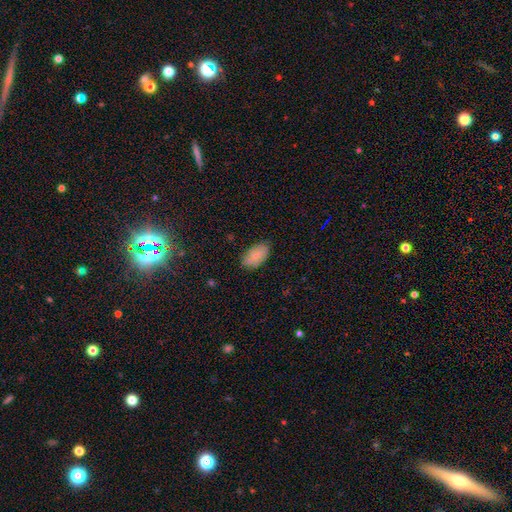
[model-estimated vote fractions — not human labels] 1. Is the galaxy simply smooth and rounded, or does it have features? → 75% smooth, 18% featured or disk, 7% star or artifact.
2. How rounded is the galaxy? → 93% in between, 5% round, 2% cigar-shaped.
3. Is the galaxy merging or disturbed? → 78% none, 18% minor disturbance, 3% major disturbance, 1% merger.